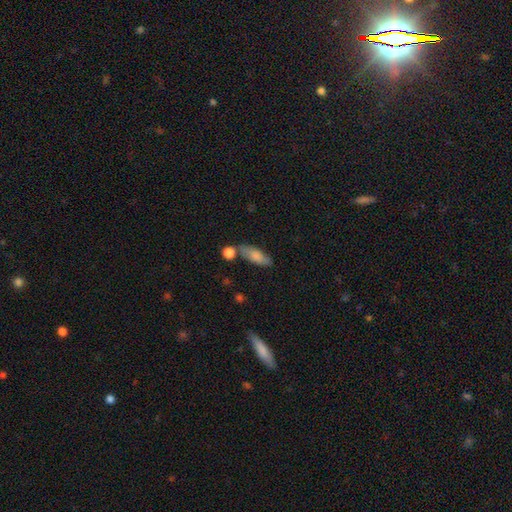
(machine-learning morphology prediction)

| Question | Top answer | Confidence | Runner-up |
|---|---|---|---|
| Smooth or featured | smooth | 75% | featured or disk (18%) |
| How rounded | in between | 69% | cigar-shaped (28%) |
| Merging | none | 62% | minor disturbance (18%) |